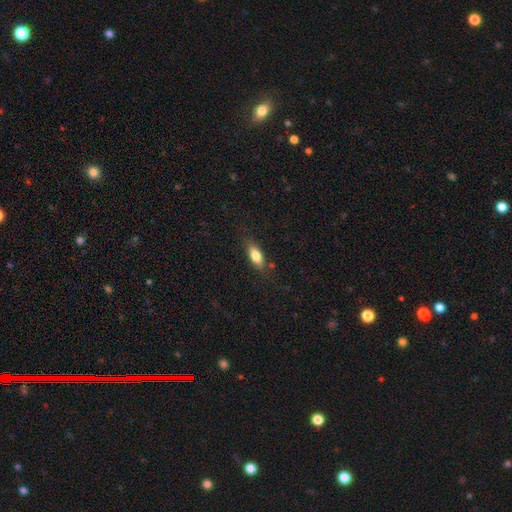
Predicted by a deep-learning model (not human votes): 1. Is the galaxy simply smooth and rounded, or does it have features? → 74% smooth, 18% featured or disk, 7% star or artifact.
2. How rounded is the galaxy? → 74% in between, 23% cigar-shaped, 3% round.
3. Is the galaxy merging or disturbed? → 79% none, 15% minor disturbance, 4% major disturbance, 2% merger.